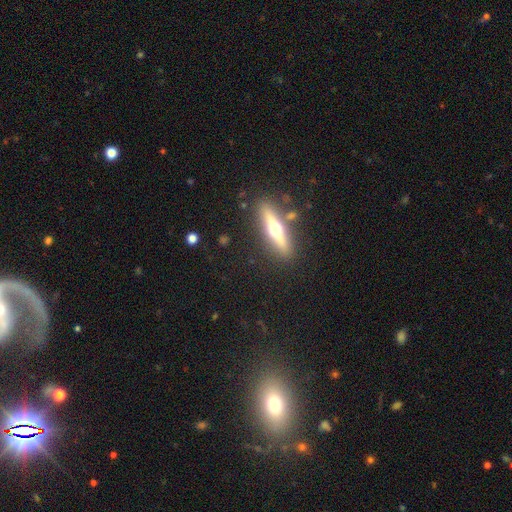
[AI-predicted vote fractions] Smooth or featured? featured or disk (62%)
Edge-on disk? yes (89%)
Edge-on bulge? rounded (92%)
Merging? none (81%)